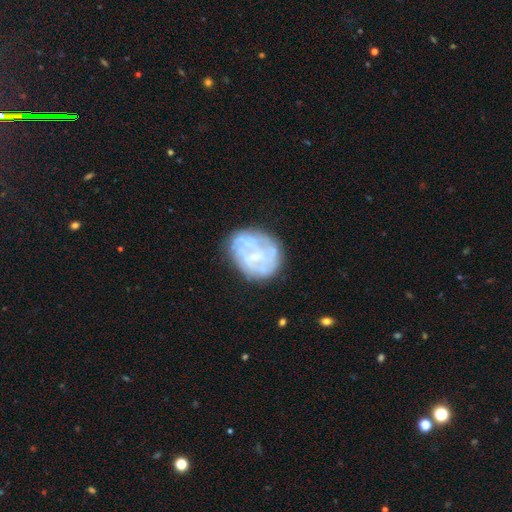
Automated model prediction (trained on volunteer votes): Morphology: type=featured or disk (70%); edge-on=no (98%); bar=no (66%); spiral arms=no (54%); bulge=small (61%); merging=none (66%).